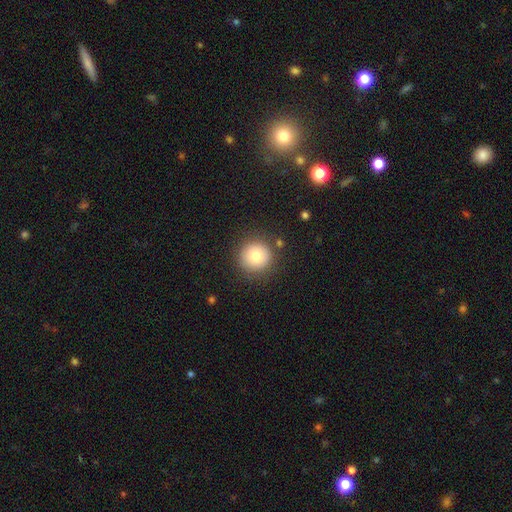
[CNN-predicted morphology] Overall: smooth (78%). How rounded: round (95%). Merging: none (87%).